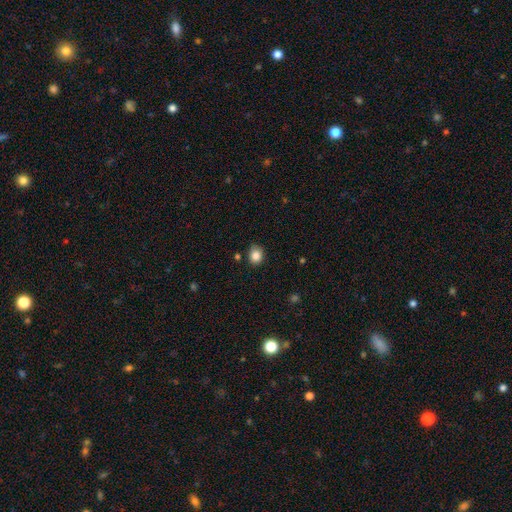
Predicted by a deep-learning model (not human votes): smooth-or-featured: smooth: 85% | star or artifact: 10% | featured or disk: 5%
  how-rounded: round: 63% | in between: 36% | cigar-shaped: 1%
  merging: none: 77% | minor disturbance: 18% | major disturbance: 3% | merger: 2%